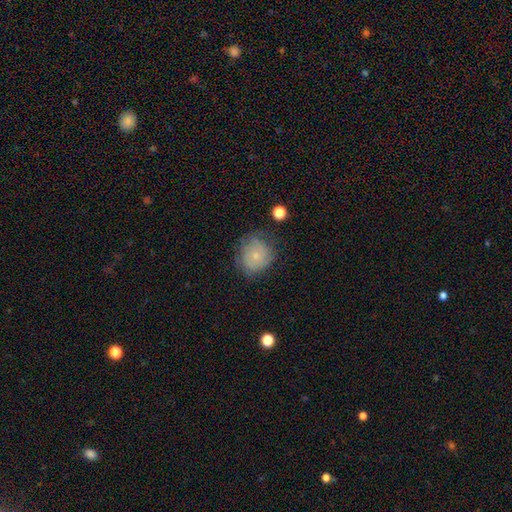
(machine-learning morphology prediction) Smooth or featured: smooth — 62% (featured or disk — 29%)
How rounded: round — 79% (in between — 20%)
Merging: none — 65% (minor disturbance — 24%)